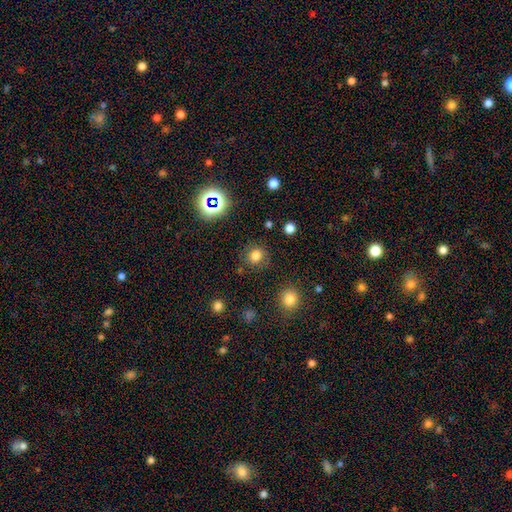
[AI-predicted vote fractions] Q: Smooth or featured?
A: smooth (76%); runner-up: star or artifact (17%)
Q: How rounded?
A: round (83%); runner-up: in between (16%)
Q: Merging?
A: none (84%); runner-up: minor disturbance (10%)